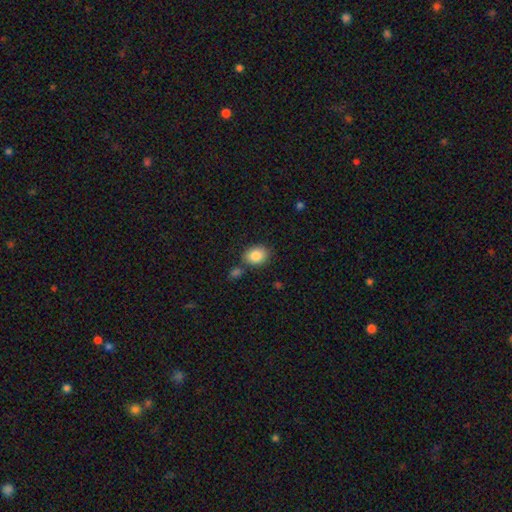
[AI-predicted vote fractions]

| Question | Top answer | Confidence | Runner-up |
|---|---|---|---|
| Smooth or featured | smooth | 86% | star or artifact (8%) |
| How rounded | in between | 70% | round (29%) |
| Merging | none | 74% | minor disturbance (12%) |